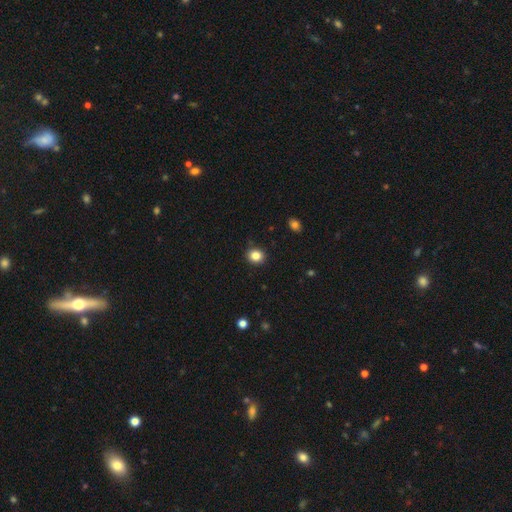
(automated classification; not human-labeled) smooth-or-featured: smooth: 85% | star or artifact: 11% | featured or disk: 5%
  how-rounded: round: 73% | in between: 26% | cigar-shaped: 1%
  merging: none: 89% | minor disturbance: 8% | major disturbance: 2% | merger: 1%